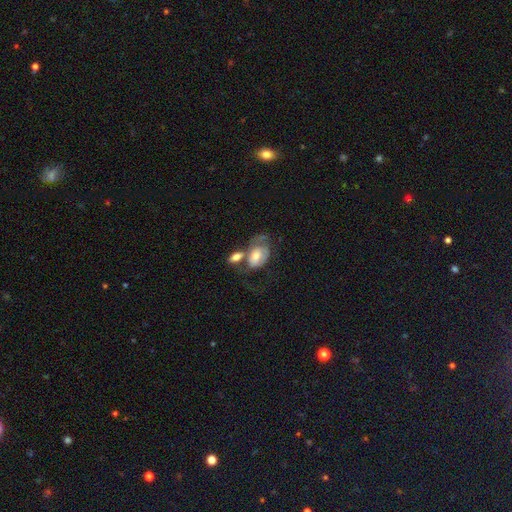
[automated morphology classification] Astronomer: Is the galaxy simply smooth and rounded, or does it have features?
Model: smooth — 49% (runner-up: featured or disk, 45%).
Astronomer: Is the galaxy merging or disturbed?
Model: merger — 44% (runner-up: major disturbance, 22%).